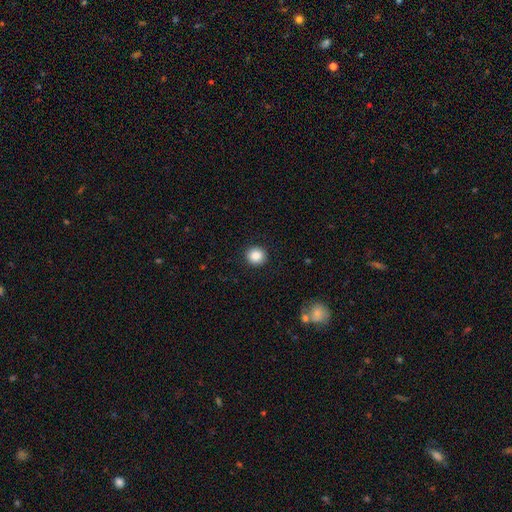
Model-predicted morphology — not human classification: Smooth or featured? Predicted: smooth (p=0.87). How rounded? Predicted: round (p=0.90). Merging? Predicted: none (p=0.92).